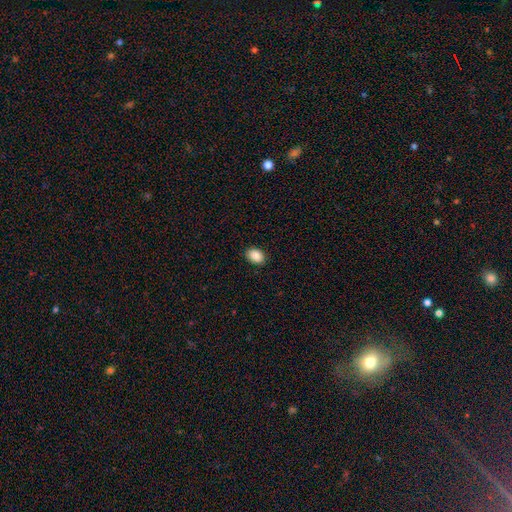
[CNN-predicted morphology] The model was most divided on "how rounded": in between: 75%, round: 24%, cigar-shaped: 1%. More confident: smooth or featured — smooth (90%); merging — none (89%).